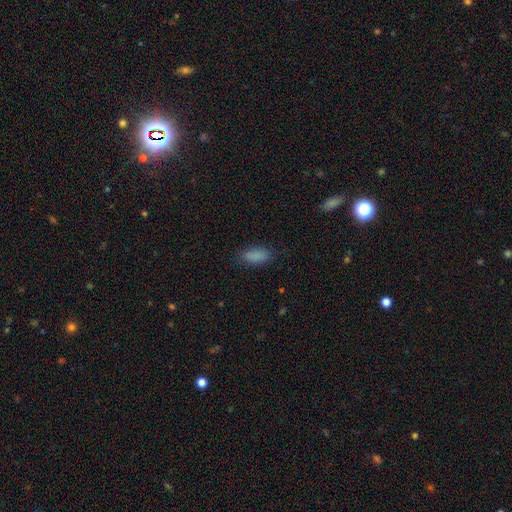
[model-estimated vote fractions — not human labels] A smooth galaxy with no disk features (86%) that is in between round and cigar-shaped (85%). Merging: none (81%).